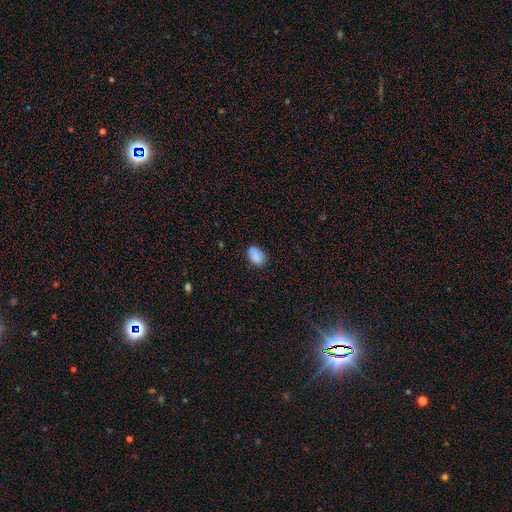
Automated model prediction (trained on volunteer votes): Overall: smooth (88%). How rounded: in between (88%). Merging: none (79%).